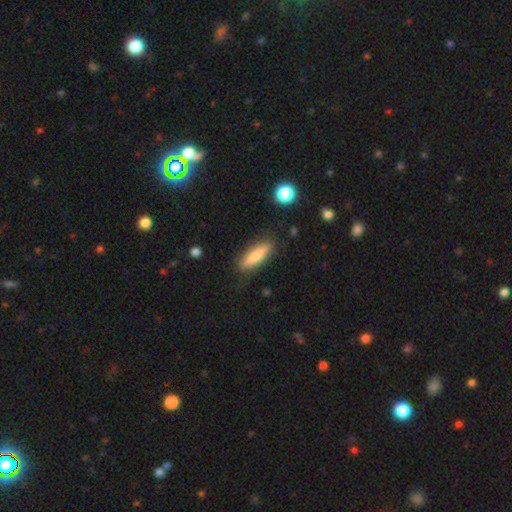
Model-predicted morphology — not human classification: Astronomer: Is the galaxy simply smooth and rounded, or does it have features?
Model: smooth — 71%.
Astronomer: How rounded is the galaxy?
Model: cigar-shaped — 66%.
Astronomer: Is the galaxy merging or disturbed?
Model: none — 84%.